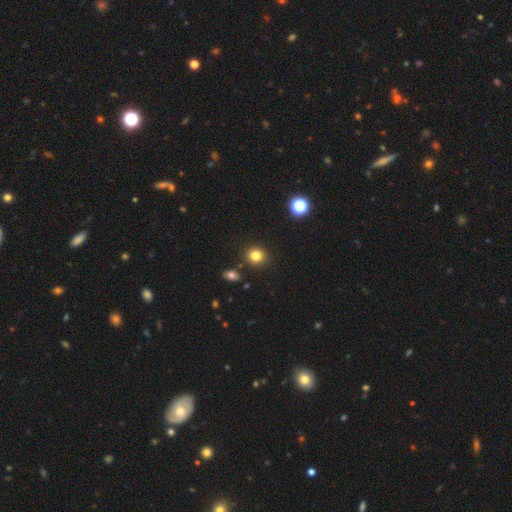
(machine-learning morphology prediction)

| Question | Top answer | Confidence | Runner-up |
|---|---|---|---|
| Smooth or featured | smooth | 82% | star or artifact (13%) |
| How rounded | round | 85% | in between (14%) |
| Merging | none | 87% | minor disturbance (7%) |